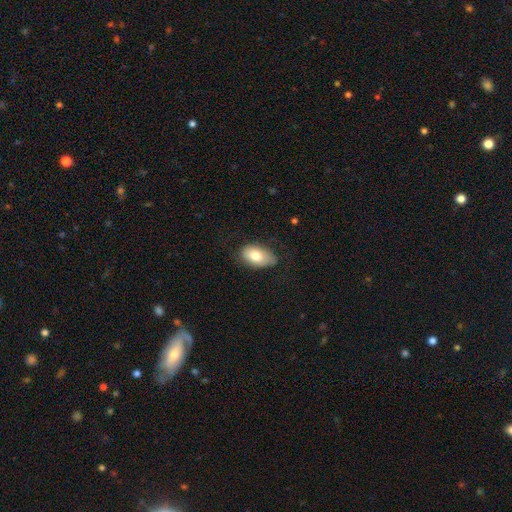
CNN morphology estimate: smooth-or-featured: smooth: 79% | featured or disk: 15% | star or artifact: 7%
  how-rounded: in between: 92% | round: 6% | cigar-shaped: 2%
  merging: none: 71% | minor disturbance: 23% | major disturbance: 6% | merger: 1%